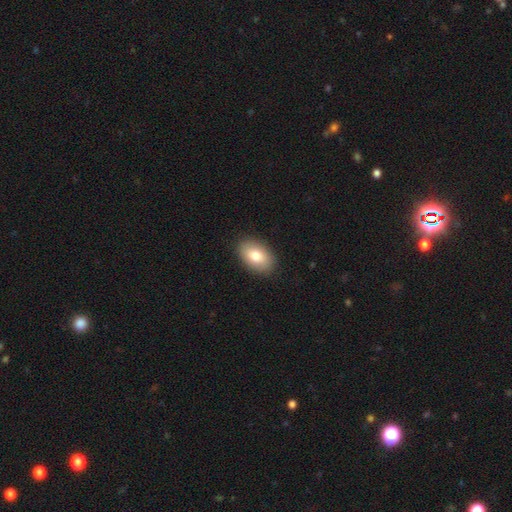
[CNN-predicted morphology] Overall: smooth (80%). How rounded: in between (90%). Merging: none (89%).